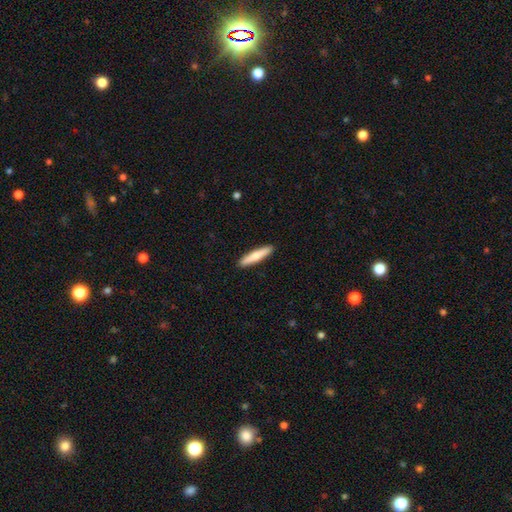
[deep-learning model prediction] This appears to be a smooth galaxy with no disk features (71%) that is cigar-shaped (91%). Merging: none (92%).